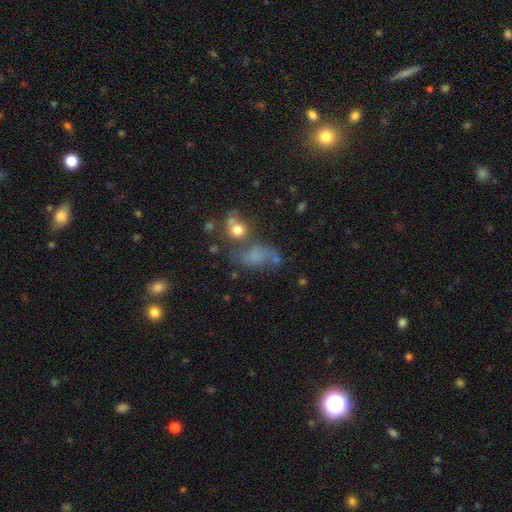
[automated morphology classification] The model was most divided on "merging": none: 39%, minor disturbance: 22%, major disturbance: 20%, merger: 18%. More confident: how rounded — in between (75%); smooth or featured — smooth (58%).